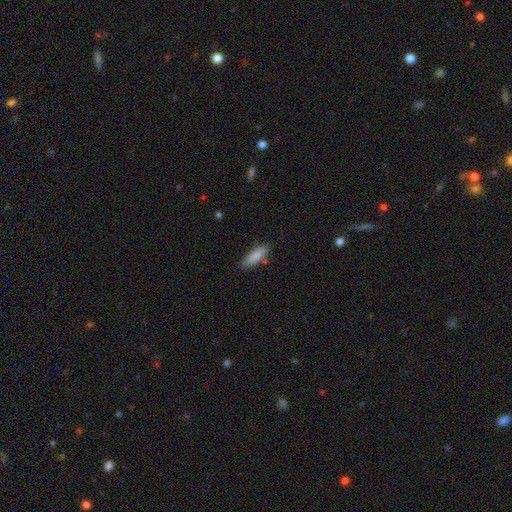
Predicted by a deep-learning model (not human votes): A smooth galaxy with no disk features (86%) that is in between round and cigar-shaped (50%).

Vote fractions:
- Smooth or featured? smooth: 86% / featured or disk: 7% / star or artifact: 6%
- How rounded? in between: 50% / cigar-shaped: 48% / round: 2%
- Merging? none: 82% / minor disturbance: 12% / merger: 3% / major disturbance: 2%